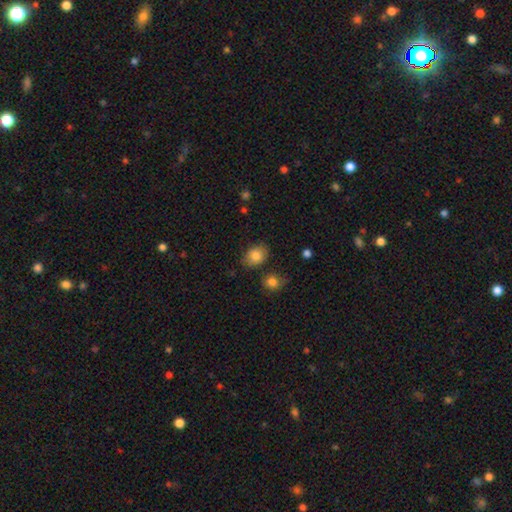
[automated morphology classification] A smooth galaxy with no disk features (83%) that is in between round and cigar-shaped (67%). Merging: none (78%).